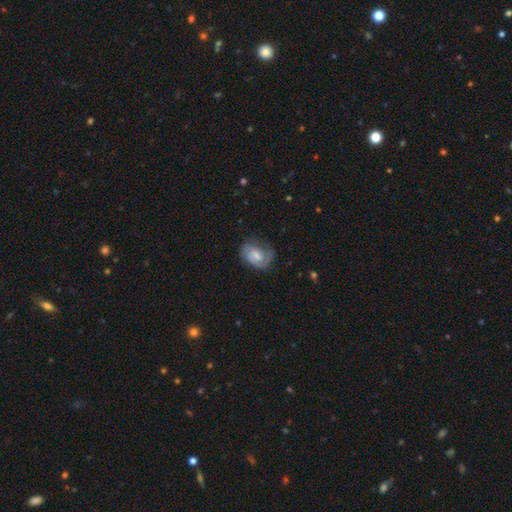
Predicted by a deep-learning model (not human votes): Smooth or featured?
  - featured or disk: 64% *
  - smooth: 30%
  - star or artifact: 7%
Edge-on disk?
  - no: 97% *
  - yes: 3%
Bar?
  - no: 53% *
  - weak: 40%
  - strong: 7%
Spiral arms?
  - yes: 90% *
  - no: 10%
Spiral winding?
  - tight: 46% *
  - medium: 40%
  - loose: 15%
Spiral arm count?
  - 2: 58% *
  - 1: 18%
  - can't tell: 16%
  - 3: 5%
  - 4: 1%
  - more than 4: 1%
Bulge size?
  - moderate: 43% *
  - small: 34%
  - none: 13%
  - large: 9%
  - dominant: 1%
Merging?
  - none: 63% *
  - minor disturbance: 24%
  - major disturbance: 12%
  - merger: 1%